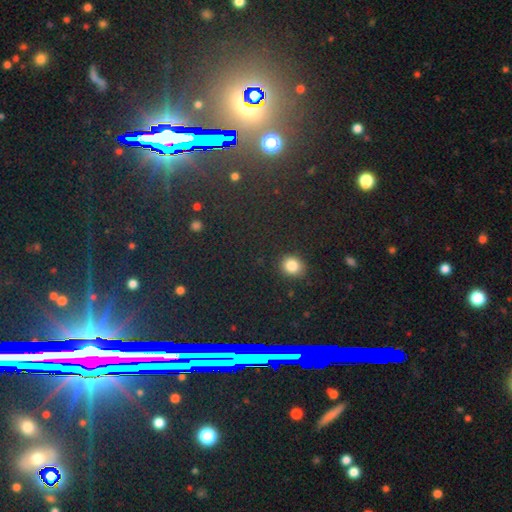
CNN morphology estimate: Smooth or featured?
  - star or artifact: 74% *
  - smooth: 18%
  - featured or disk: 8%